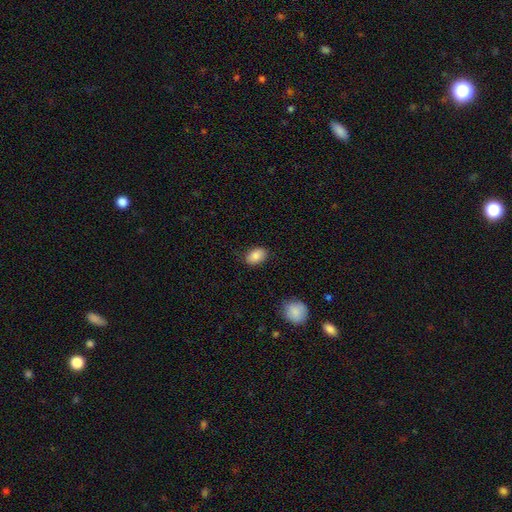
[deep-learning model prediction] Smooth or featured?
  - smooth: 86% *
  - star or artifact: 8%
  - featured or disk: 6%
How rounded?
  - in between: 85% *
  - round: 14%
  - cigar-shaped: 1%
Merging?
  - none: 83% *
  - minor disturbance: 13%
  - major disturbance: 3%
  - merger: 1%